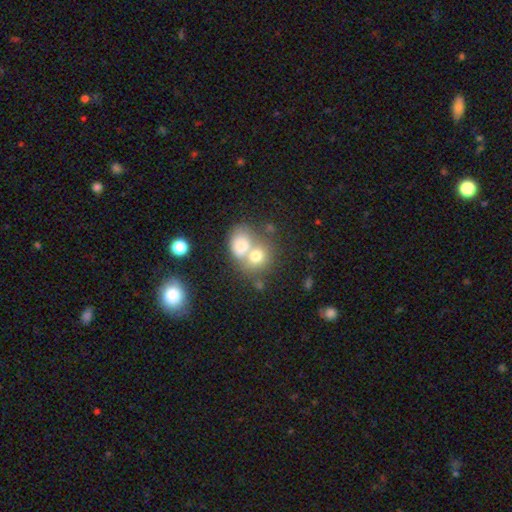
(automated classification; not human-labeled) This is likely a smooth galaxy (70%). How rounded: likely round (62%). Merging: likely merger (63%).